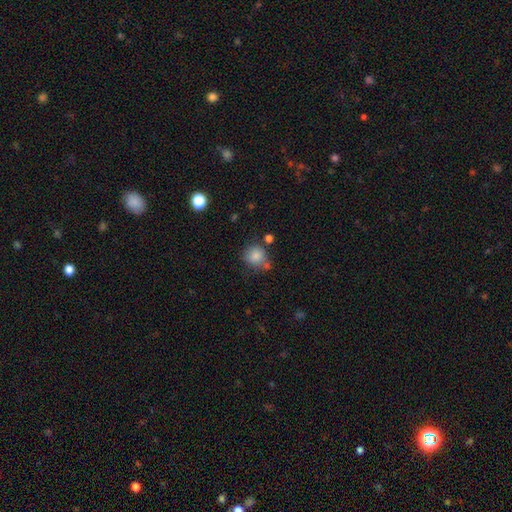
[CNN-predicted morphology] smooth 83%, star or artifact 10%, featured or disk 7%. Down the decision tree: how rounded — round (81%); merging — none (62%).